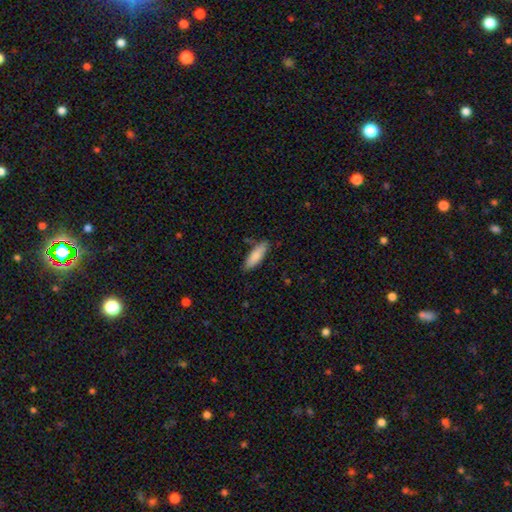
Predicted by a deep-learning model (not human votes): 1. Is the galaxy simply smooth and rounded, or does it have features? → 85% smooth, 9% featured or disk, 6% star or artifact.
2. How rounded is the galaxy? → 50% cigar-shaped, 48% in between, 2% round.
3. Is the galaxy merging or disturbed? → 80% none, 15% minor disturbance, 3% major disturbance, 3% merger.